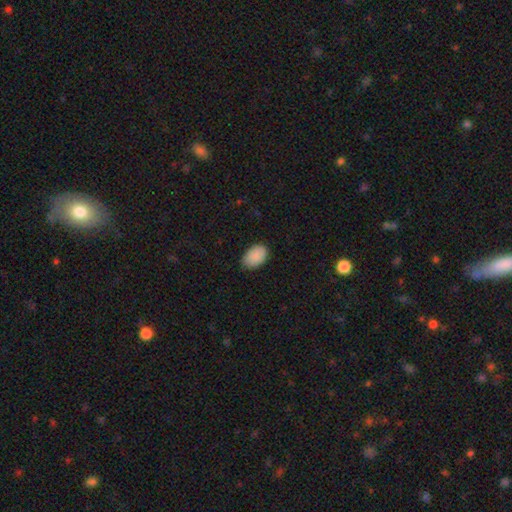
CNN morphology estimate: A smooth galaxy with no disk features (89%) that is in between round and cigar-shaped (90%).

Vote fractions:
- Smooth or featured? smooth: 89% / star or artifact: 7% / featured or disk: 4%
- How rounded? in between: 90% / round: 9% / cigar-shaped: 1%
- Merging? none: 77% / minor disturbance: 19% / major disturbance: 3% / merger: 1%